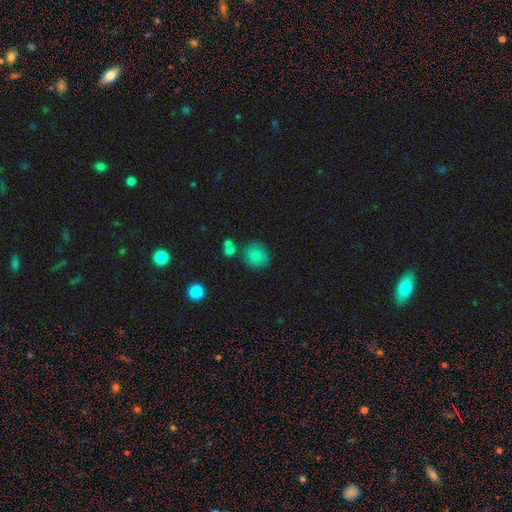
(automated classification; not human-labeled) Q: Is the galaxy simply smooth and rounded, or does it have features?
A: smooth — 83%.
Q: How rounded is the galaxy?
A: round — 78%.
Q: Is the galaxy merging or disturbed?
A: none — 71%.